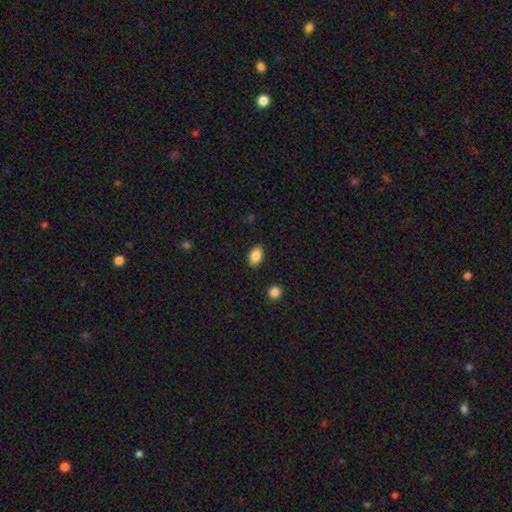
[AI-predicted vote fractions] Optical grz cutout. It shows a smooth galaxy with no disk features (85%) that is in between round and cigar-shaped (89%). Merging: none (87%).